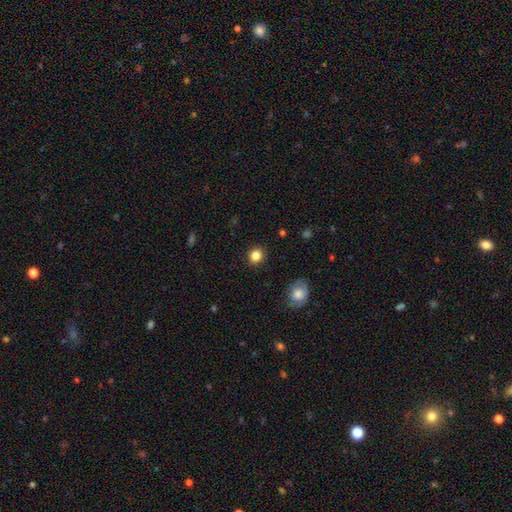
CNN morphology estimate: Overall: smooth (84%). How rounded: round (85%). Merging: none (91%).